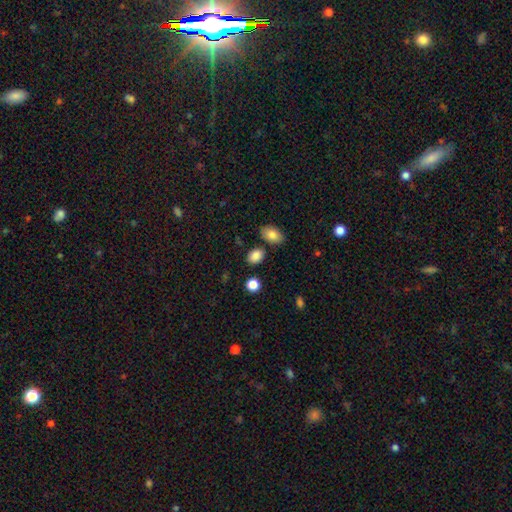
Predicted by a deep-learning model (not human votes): Q: Smooth or featured?
A: smooth (86%); runner-up: star or artifact (10%)
Q: How rounded?
A: in between (69%); runner-up: round (30%)
Q: Merging?
A: none (79%); runner-up: minor disturbance (11%)